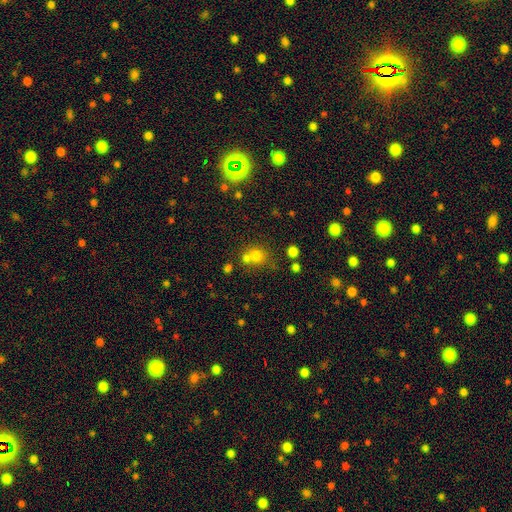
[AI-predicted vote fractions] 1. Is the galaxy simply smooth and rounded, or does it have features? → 72% smooth, 18% star or artifact, 10% featured or disk.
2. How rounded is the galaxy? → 83% round, 16% in between, 1% cigar-shaped.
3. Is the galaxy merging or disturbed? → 51% none, 35% merger, 9% minor disturbance, 4% major disturbance.